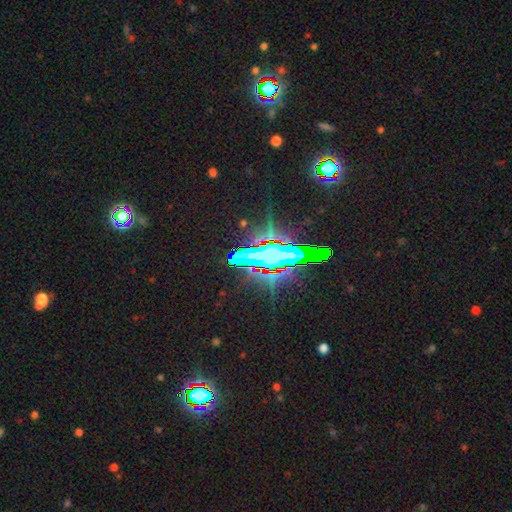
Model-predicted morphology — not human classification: The model was most divided on "smooth or featured": star or artifact: 72%, smooth: 14%, featured or disk: 14%.